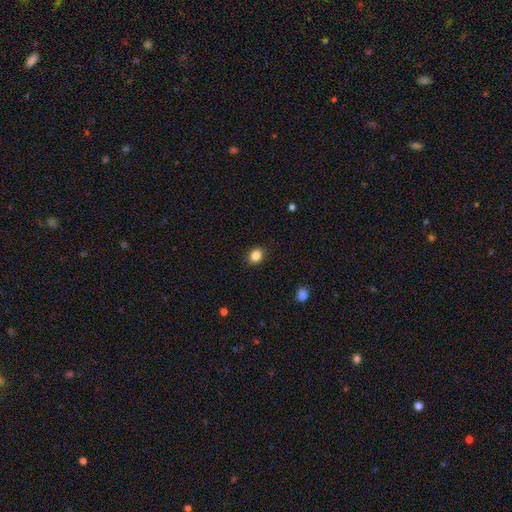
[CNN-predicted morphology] This appears to be a smooth galaxy with no disk features (86%) that is in between round and cigar-shaped (51%). Merging: none (88%).